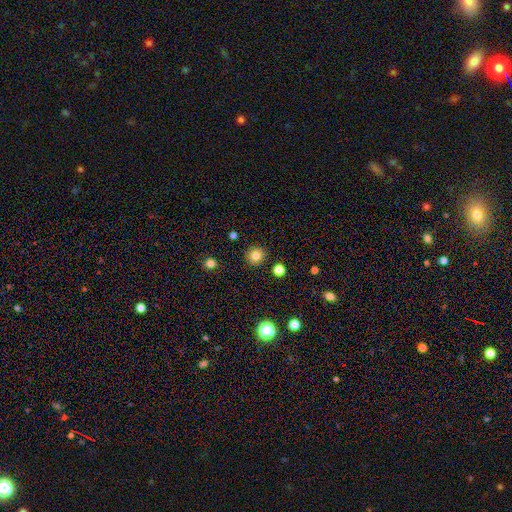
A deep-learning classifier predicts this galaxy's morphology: A smooth galaxy with no disk features (81%) that is round (93%).

Vote fractions:
- Smooth or featured? smooth: 81% / star or artifact: 12% / featured or disk: 6%
- How rounded? round: 93% / in between: 6% / cigar-shaped: 1%
- Merging? none: 91% / minor disturbance: 6% / merger: 2% / major disturbance: 2%